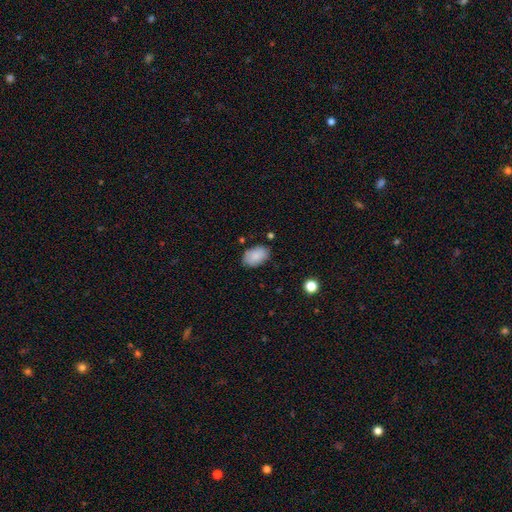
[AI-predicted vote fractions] This appears to be a smooth galaxy with no disk features (87%) that is in between round and cigar-shaped (90%). Merging: none (78%).